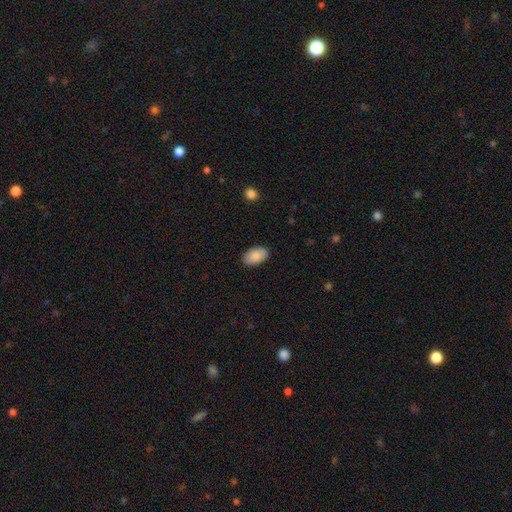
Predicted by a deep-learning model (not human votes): Smooth or featured?
  - smooth: 88% *
  - star or artifact: 6%
  - featured or disk: 6%
How rounded?
  - in between: 94% *
  - round: 5%
  - cigar-shaped: 1%
Merging?
  - none: 88% *
  - minor disturbance: 9%
  - major disturbance: 2%
  - merger: 1%